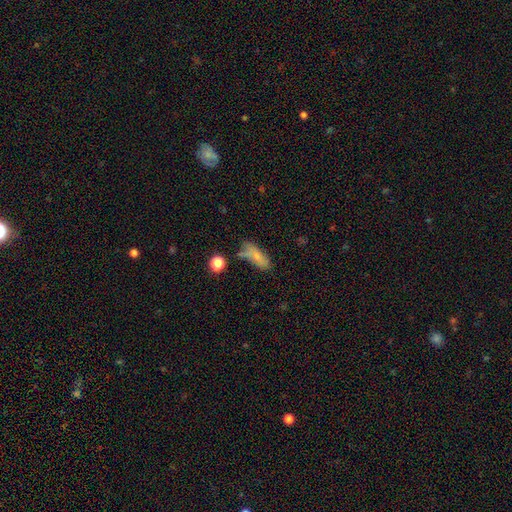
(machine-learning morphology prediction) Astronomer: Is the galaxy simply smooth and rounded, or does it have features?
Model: smooth — 69%.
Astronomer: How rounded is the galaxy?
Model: in between — 71%.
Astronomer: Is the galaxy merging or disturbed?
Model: none — 49% (runner-up: minor disturbance, 28%).